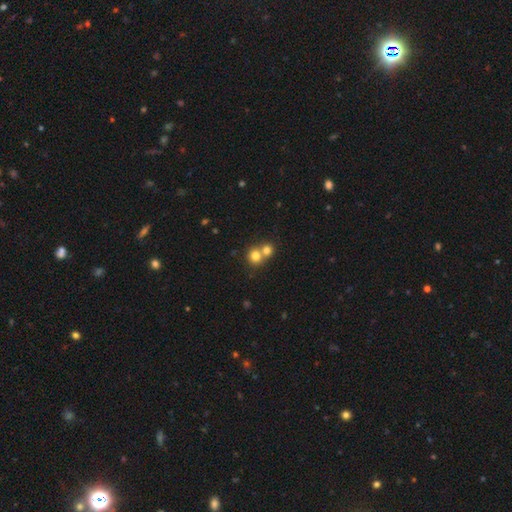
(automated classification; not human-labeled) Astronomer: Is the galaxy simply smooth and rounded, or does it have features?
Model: smooth — 77%.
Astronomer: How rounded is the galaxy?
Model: round — 86%.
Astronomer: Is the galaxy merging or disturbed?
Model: merger — 53% (runner-up: none, 40%).